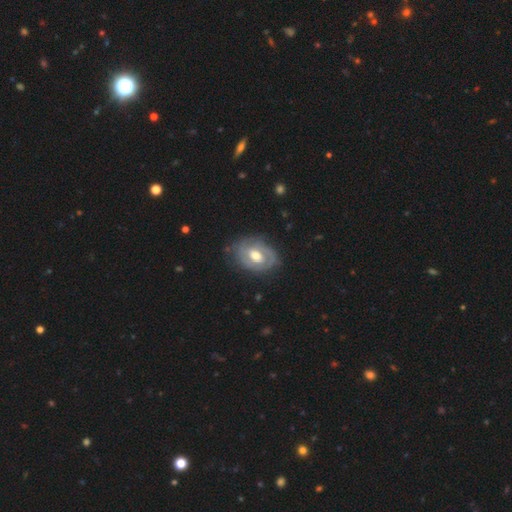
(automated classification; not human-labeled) smooth_or_featured: featured or disk (p=0.77) [alt: smooth p=0.19]
disk_edge_on: no (p=0.96) [alt: yes p=0.04]
bar: no (p=0.45) [alt: weak p=0.42]
has_spiral_arms: yes (p=0.75) [alt: no p=0.25]
spiral_winding: tight (p=0.63) [alt: medium p=0.27]
spiral_arm_count: 2 (p=0.49) [alt: can't tell p=0.27]
bulge_size: moderate (p=0.71) [alt: large p=0.18]
merging: none (p=0.71) [alt: minor disturbance p=0.20]